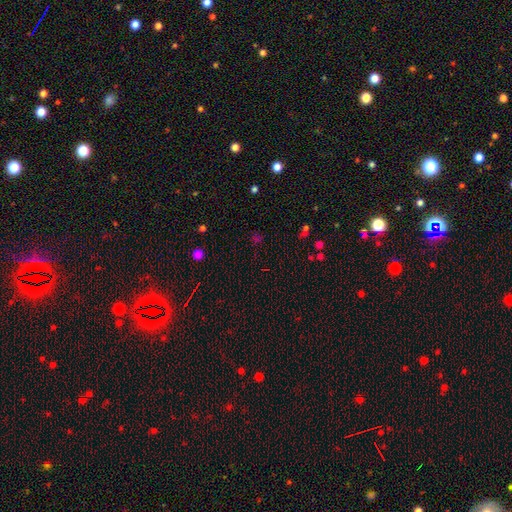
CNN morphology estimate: smooth-or-featured: star or artifact: 57% | smooth: 36% | featured or disk: 8%